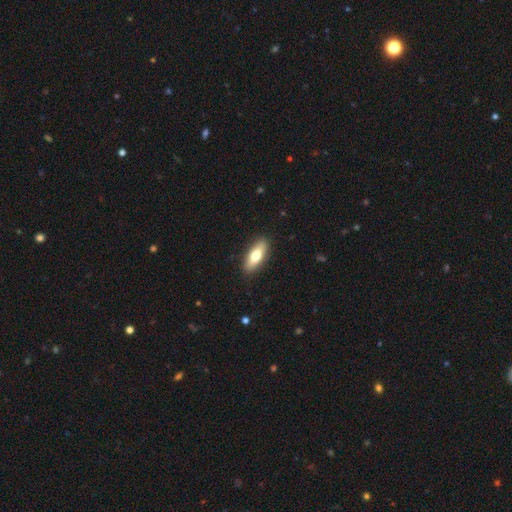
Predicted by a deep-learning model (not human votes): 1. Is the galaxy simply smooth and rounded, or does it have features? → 71% smooth, 23% featured or disk, 6% star or artifact.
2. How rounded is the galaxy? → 67% in between, 31% cigar-shaped, 3% round.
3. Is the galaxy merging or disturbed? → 89% none, 8% minor disturbance, 2% major disturbance, 1% merger.